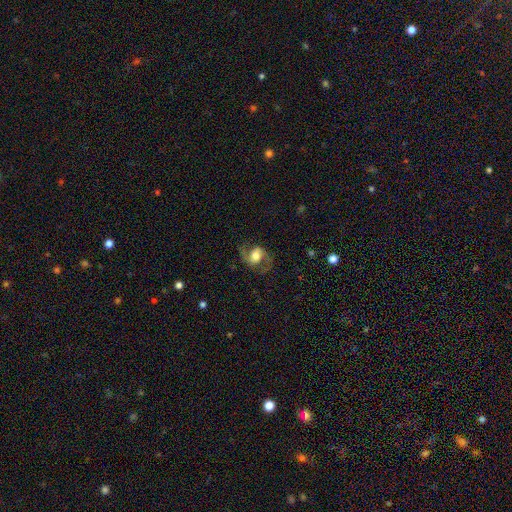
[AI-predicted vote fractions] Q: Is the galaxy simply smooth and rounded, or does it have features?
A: featured or disk — 71%.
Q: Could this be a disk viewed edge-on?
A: no — 97%.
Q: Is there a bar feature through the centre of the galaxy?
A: no — 49%.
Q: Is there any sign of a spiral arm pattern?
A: yes — 90%.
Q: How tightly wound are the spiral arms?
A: medium — 50%.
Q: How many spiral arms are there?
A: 2 — 91%.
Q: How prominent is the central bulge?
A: moderate — 46%.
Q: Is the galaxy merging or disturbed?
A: none — 72%.